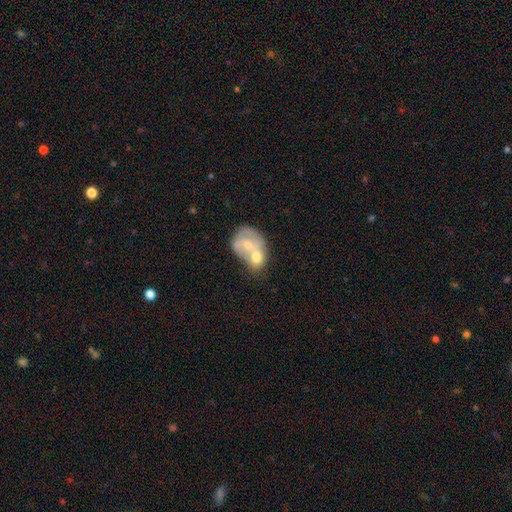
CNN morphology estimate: The model was most divided on "smooth or featured": featured or disk: 49%, smooth: 44%, star or artifact: 7%. More confident: merging — merger (70%).